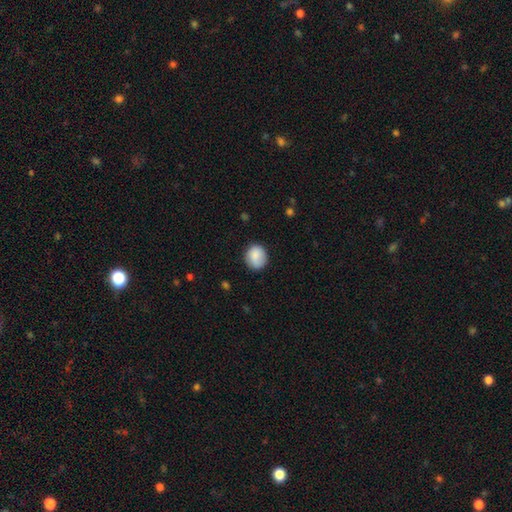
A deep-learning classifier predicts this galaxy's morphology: type=smooth (85%); roundness=round (73%); merging=none (77%).